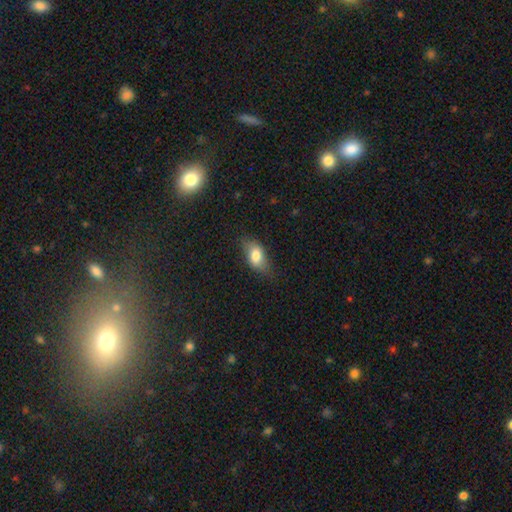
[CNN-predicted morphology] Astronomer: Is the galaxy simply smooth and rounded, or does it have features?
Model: smooth — 77%.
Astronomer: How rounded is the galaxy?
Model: in between — 87%.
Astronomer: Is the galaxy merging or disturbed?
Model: none — 72%.